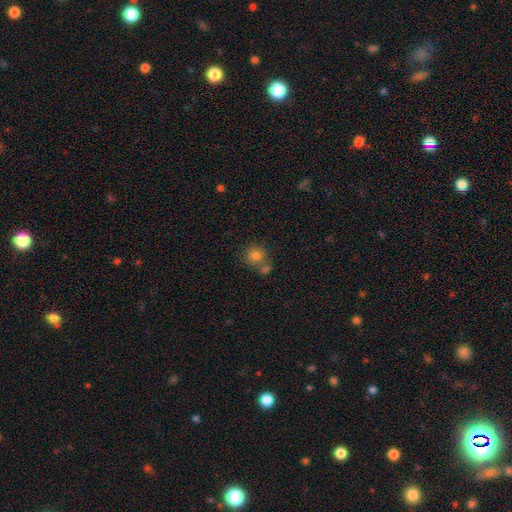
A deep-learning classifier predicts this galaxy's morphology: smooth 79%, star or artifact 12%, featured or disk 9%. Down the decision tree: how rounded — round (86%); merging — none (52%).